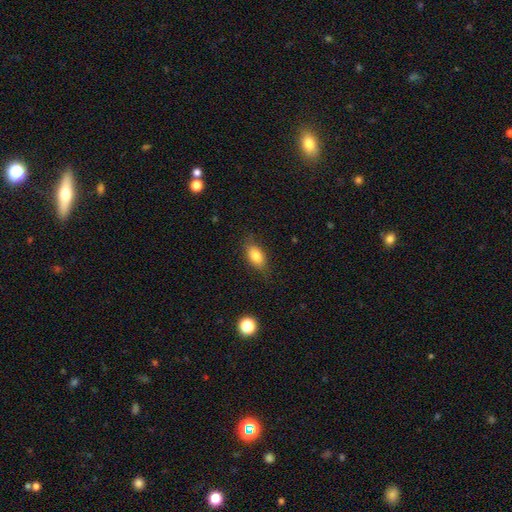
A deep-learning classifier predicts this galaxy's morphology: A smooth galaxy with no disk features (82%) that is in between round and cigar-shaped (86%).

Vote fractions:
- Smooth or featured? smooth: 82% / featured or disk: 10% / star or artifact: 8%
- How rounded? in between: 86% / round: 9% / cigar-shaped: 5%
- Merging? none: 78% / minor disturbance: 17% / major disturbance: 5% / merger: 1%